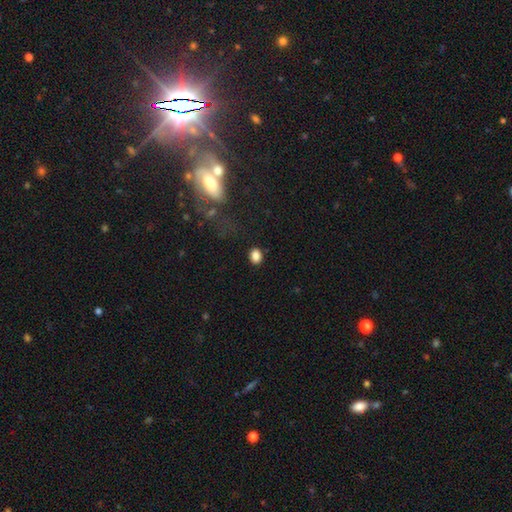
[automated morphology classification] smooth 85%, star or artifact 10%, featured or disk 5%. Down the decision tree: how rounded — in between (58%); merging — none (86%).